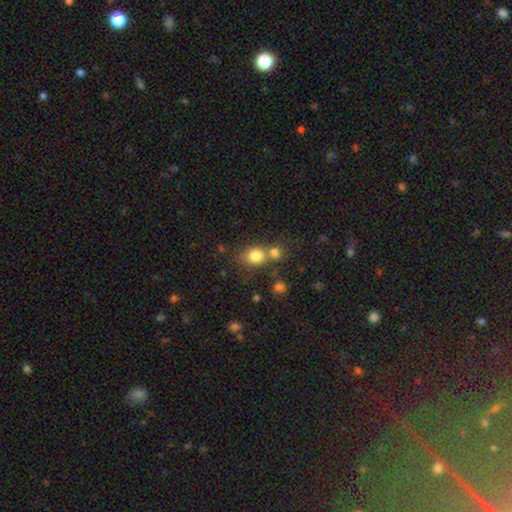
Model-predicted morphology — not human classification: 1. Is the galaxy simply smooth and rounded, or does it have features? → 79% smooth, 12% star or artifact, 9% featured or disk.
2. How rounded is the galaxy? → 65% round, 34% in between, 1% cigar-shaped.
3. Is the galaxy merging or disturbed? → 47% none, 38% merger, 10% minor disturbance, 4% major disturbance.